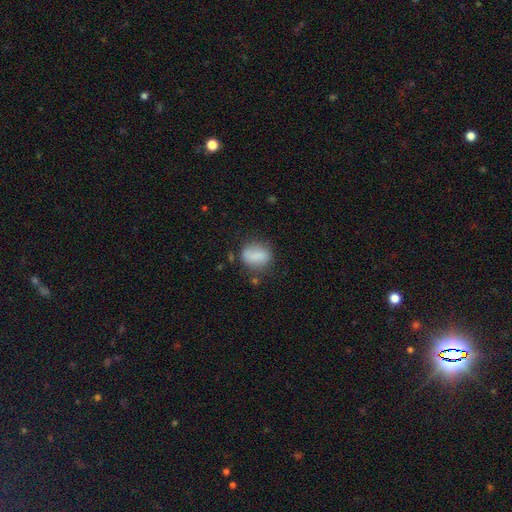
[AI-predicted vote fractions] Smooth or featured? Predicted: smooth (p=0.80). How rounded? Predicted: in between (p=0.59). Merging? Predicted: none (p=0.64).